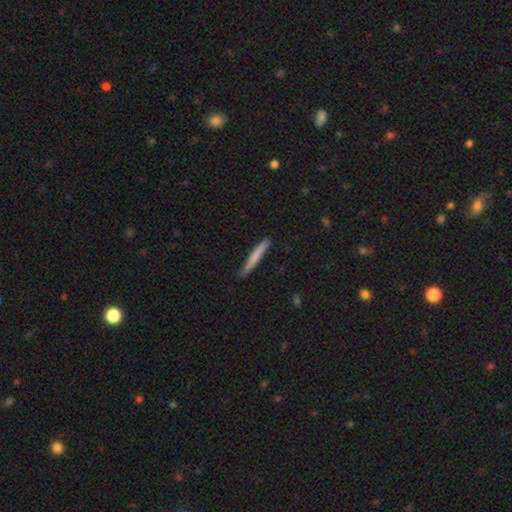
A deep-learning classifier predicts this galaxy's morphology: This is likely a smooth galaxy (69%). How rounded: clearly cigar-shaped (96%). Merging: likely none (78%).